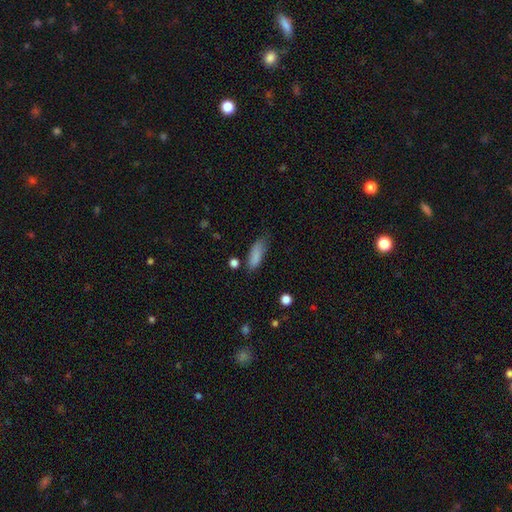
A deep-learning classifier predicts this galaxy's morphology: A smooth galaxy with no disk features (85%) that is in between round and cigar-shaped (62%). Merging: none (62%).